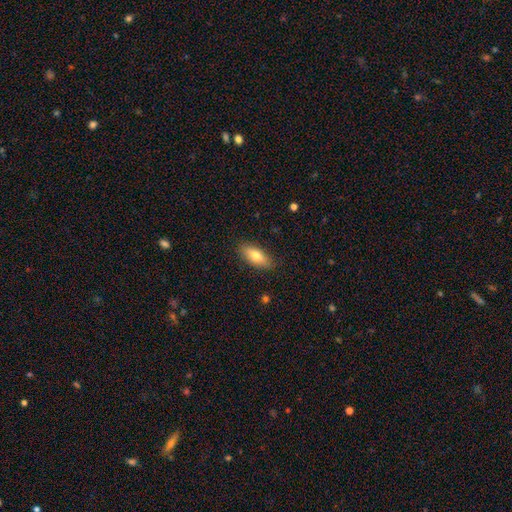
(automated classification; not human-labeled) A smooth galaxy with no disk features (75%) that is in between round and cigar-shaped (81%).

Vote fractions:
- Smooth or featured? smooth: 75% / featured or disk: 18% / star or artifact: 7%
- How rounded? in between: 81% / cigar-shaped: 16% / round: 3%
- Merging? none: 87% / minor disturbance: 10% / major disturbance: 2% / merger: 1%